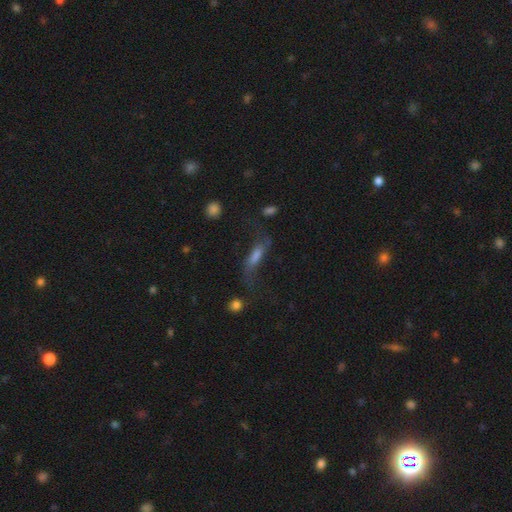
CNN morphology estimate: This is possibly a featured or disk galaxy (47%). Merging: possibly none (48%).